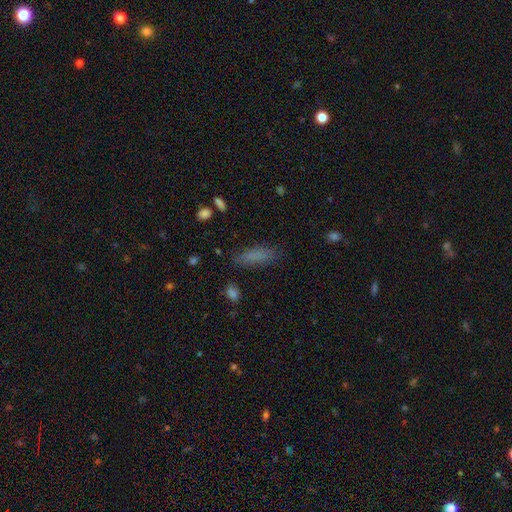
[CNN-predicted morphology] smooth_or_featured: smooth (p=0.79) [alt: star or artifact p=0.11]
how_rounded: cigar-shaped (p=0.59) [alt: in between p=0.39]
merging: none (p=0.78) [alt: minor disturbance p=0.15]